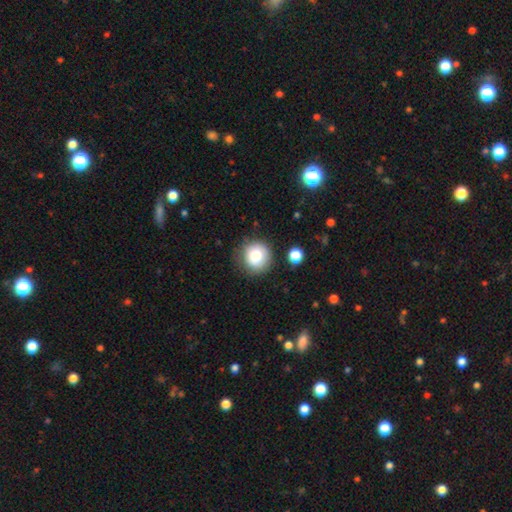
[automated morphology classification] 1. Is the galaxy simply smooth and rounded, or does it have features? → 82% smooth, 9% star or artifact, 9% featured or disk.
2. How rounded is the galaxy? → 92% round, 7% in between, 1% cigar-shaped.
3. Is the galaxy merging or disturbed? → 80% none, 13% minor disturbance, 4% major disturbance, 3% merger.